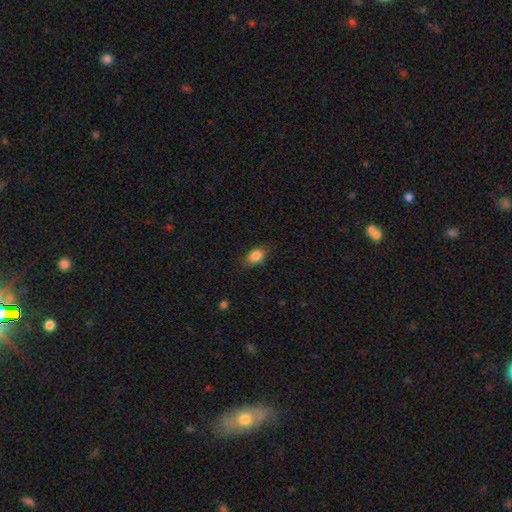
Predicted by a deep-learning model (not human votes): Morphology: type=smooth (86%); roundness=in between (85%); merging=none (80%).